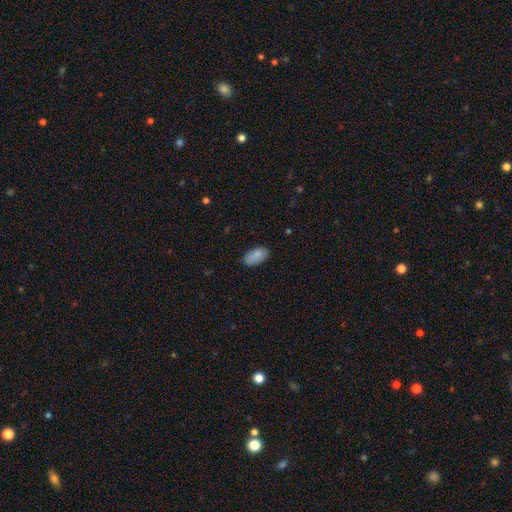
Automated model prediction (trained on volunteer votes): A smooth galaxy with no disk features (88%) that is in between round and cigar-shaped (94%). Merging: none (83%).